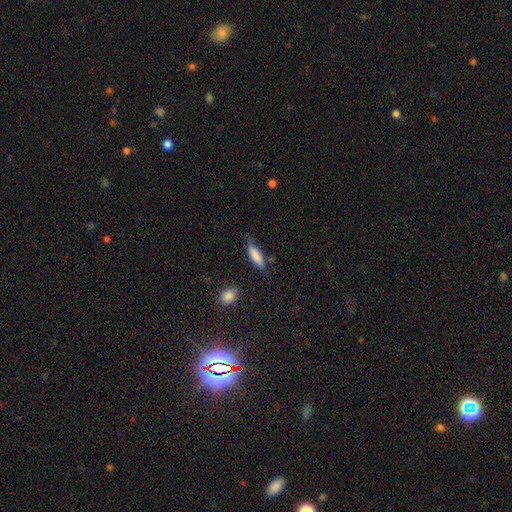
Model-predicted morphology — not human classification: smooth_or_featured: smooth (p=0.83) [alt: featured or disk p=0.11]
how_rounded: cigar-shaped (p=0.53) [alt: in between p=0.45]
merging: none (p=0.73) [alt: minor disturbance p=0.20]